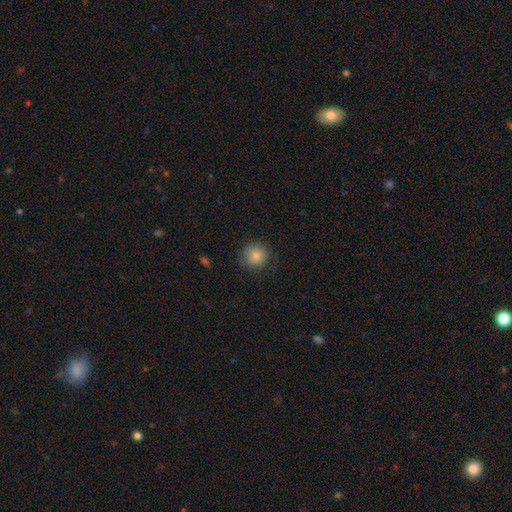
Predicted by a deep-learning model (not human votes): Smooth or featured? smooth (84%)
How rounded? round (92%)
Merging? none (79%)